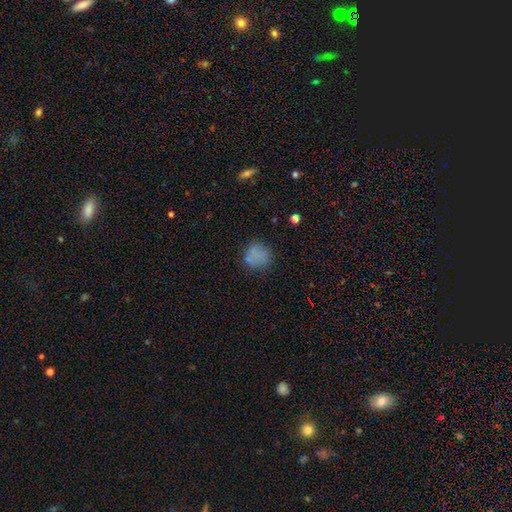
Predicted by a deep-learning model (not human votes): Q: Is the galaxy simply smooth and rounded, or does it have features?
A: smooth — 74%.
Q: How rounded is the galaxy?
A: round — 86%.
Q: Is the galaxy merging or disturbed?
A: none — 72%.